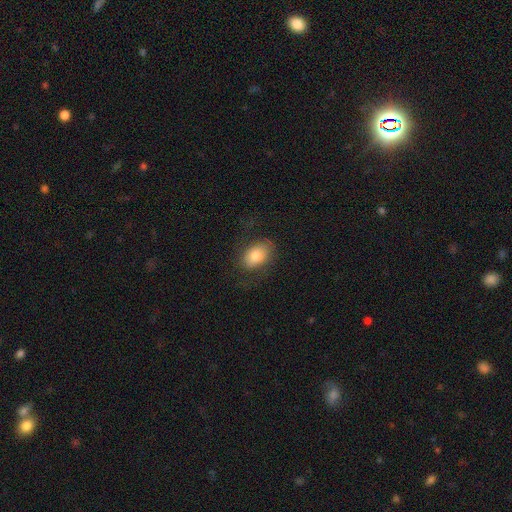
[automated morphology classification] type=smooth (77%); roundness=in between (86%); merging=none (68%).